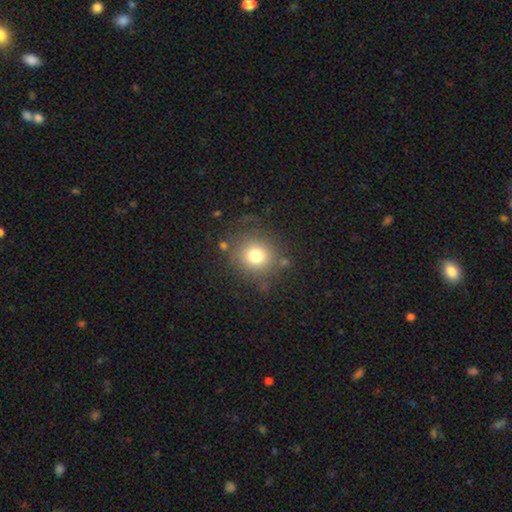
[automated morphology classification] Smooth or featured? Predicted: smooth (p=0.75). How rounded? Predicted: round (p=0.87). Merging? Predicted: none (p=0.77).